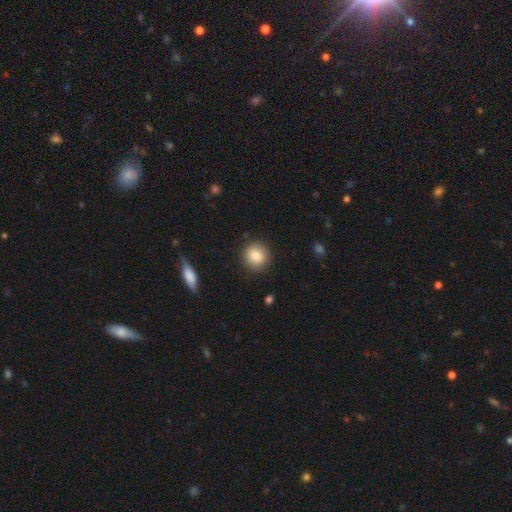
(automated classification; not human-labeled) This is clearly a smooth galaxy (86%). How rounded: clearly round (88%). Merging: clearly none (88%).